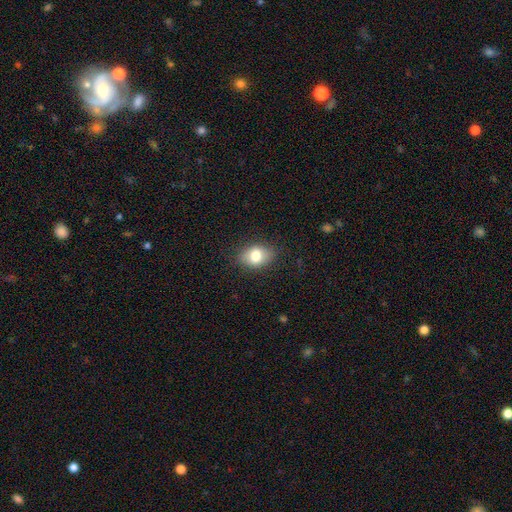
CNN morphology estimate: Smooth or featured? smooth (77%)
How rounded? in between (73%)
Merging? none (83%)